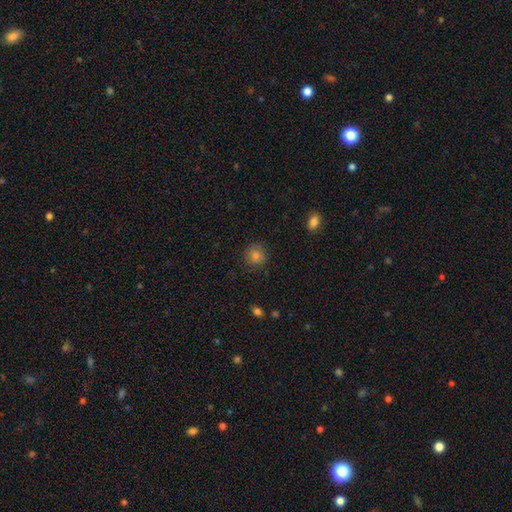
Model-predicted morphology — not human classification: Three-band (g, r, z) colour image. It shows a smooth galaxy with no disk features (79%) that is round (91%). Merging: none (87%).